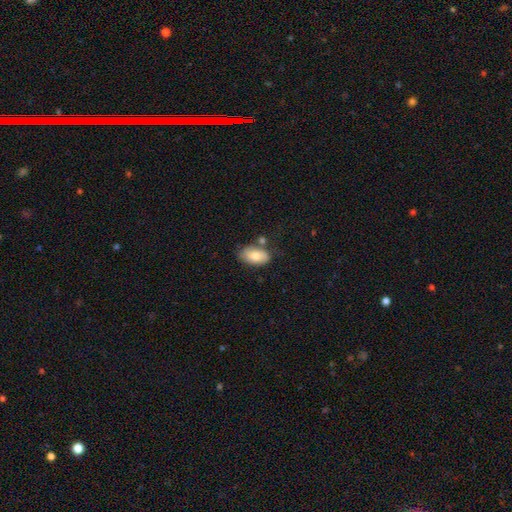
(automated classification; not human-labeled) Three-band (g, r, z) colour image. It shows a smooth galaxy with no disk features (78%) that is in between round and cigar-shaped (93%). Merging: none (63%).